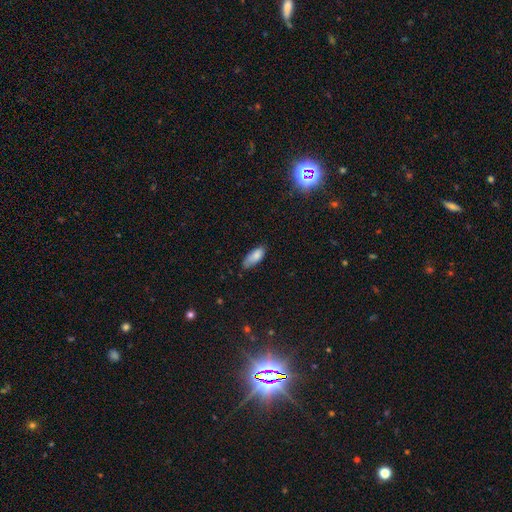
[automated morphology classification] This appears to be a smooth galaxy with no disk features (85%) that is in between round and cigar-shaped (82%). Merging: none (60%).